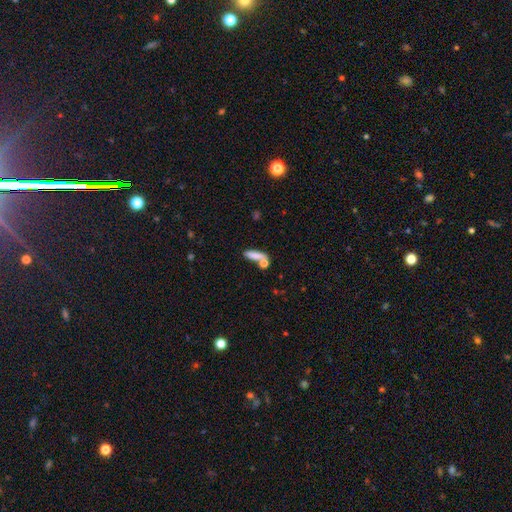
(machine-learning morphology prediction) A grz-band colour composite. It shows a smooth galaxy with no disk features (80%) that is cigar-shaped (54%). Merging: none (55%).